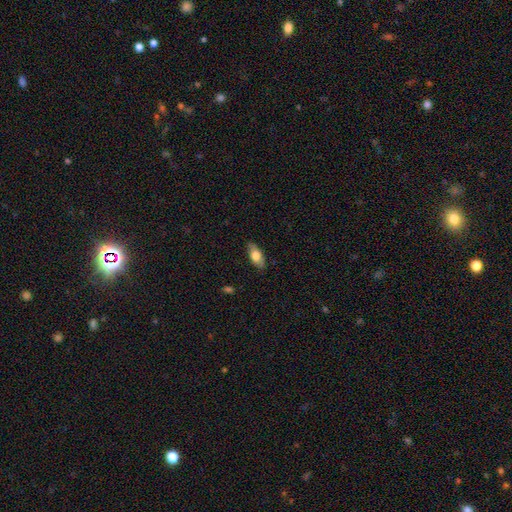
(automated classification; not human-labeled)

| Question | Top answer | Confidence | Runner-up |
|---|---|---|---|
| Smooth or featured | smooth | 71% | featured or disk (23%) |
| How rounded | in between | 85% | cigar-shaped (12%) |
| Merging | none | 85% | minor disturbance (12%) |